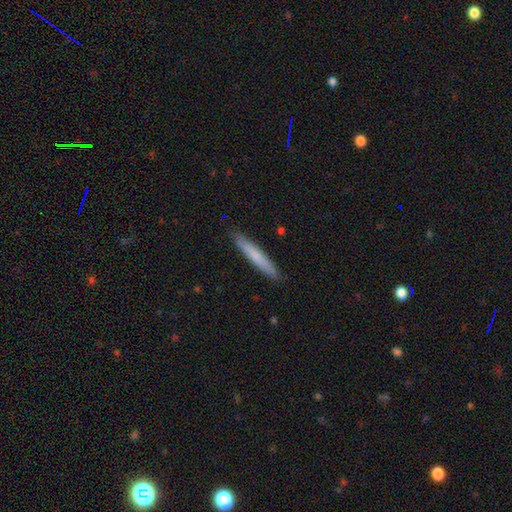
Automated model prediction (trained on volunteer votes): A smooth galaxy with no disk features (71%) that is cigar-shaped (95%). Merging: none (90%).